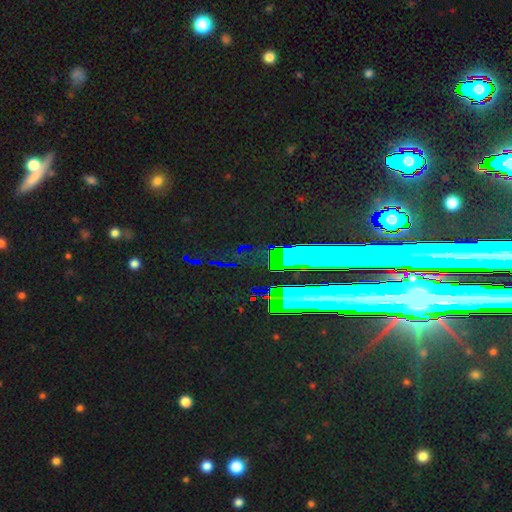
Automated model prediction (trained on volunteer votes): A star or artifact, not a galaxy (75%).

Vote fractions:
- Smooth or featured? star or artifact: 75% / featured or disk: 15% / smooth: 10%